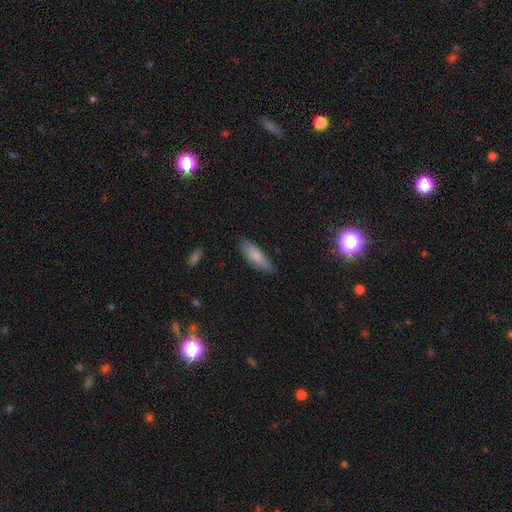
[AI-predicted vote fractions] smooth-or-featured: smooth: 79% | featured or disk: 14% | star or artifact: 6%
  how-rounded: in between: 52% | cigar-shaped: 46% | round: 2%
  merging: none: 73% | minor disturbance: 22% | major disturbance: 4% | merger: 1%